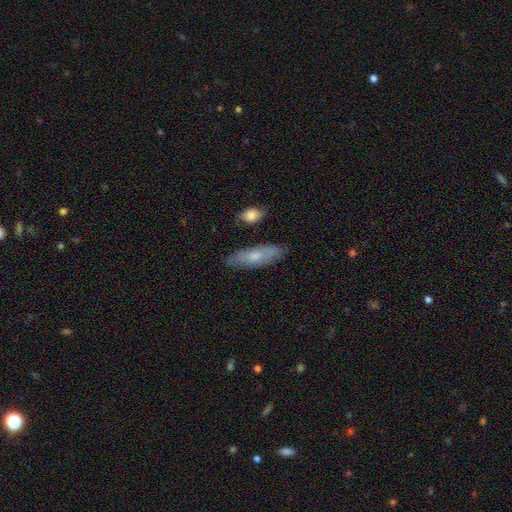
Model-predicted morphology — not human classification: Overall: smooth (62%; featured or disk 32%). How rounded: cigar-shaped (53%; in between 45%). Merging: none (80%).